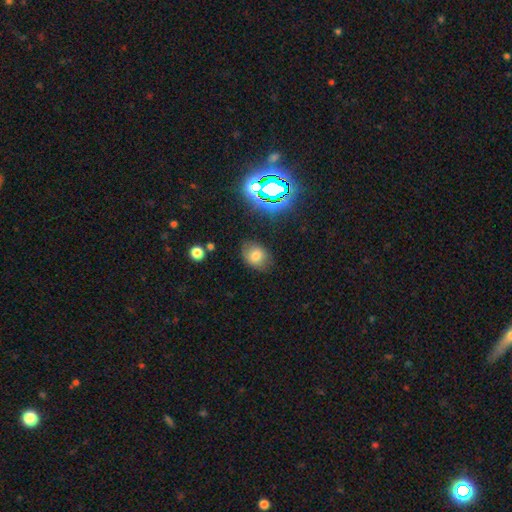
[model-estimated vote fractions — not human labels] A smooth galaxy with no disk features (69%) that is in between round and cigar-shaped (56%).

Vote fractions:
- Smooth or featured? smooth: 69% / star or artifact: 18% / featured or disk: 13%
- How rounded? in between: 56% / round: 43% / cigar-shaped: 1%
- Merging? none: 73% / minor disturbance: 19% / major disturbance: 6% / merger: 2%